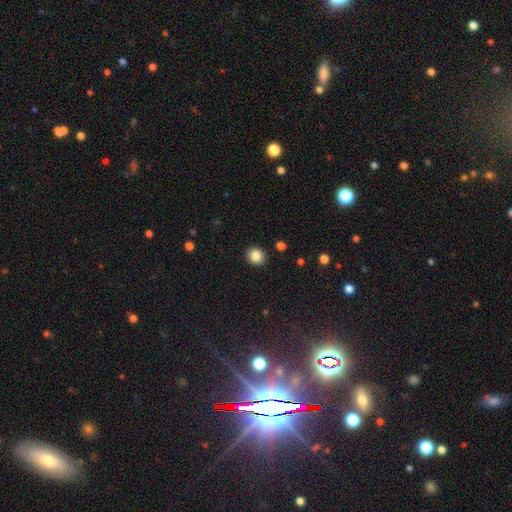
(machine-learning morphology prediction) smooth-or-featured: smooth: 85% | star or artifact: 10% | featured or disk: 5%
  how-rounded: round: 78% | in between: 22% | cigar-shaped: 1%
  merging: none: 91% | minor disturbance: 6% | major disturbance: 2% | merger: 1%